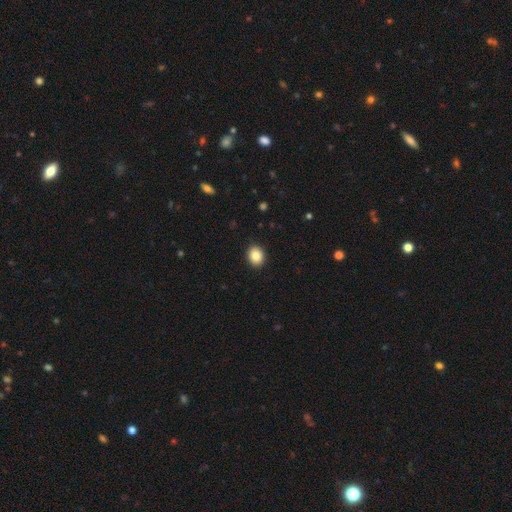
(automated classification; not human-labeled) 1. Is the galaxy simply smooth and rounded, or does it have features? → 85% smooth, 9% star or artifact, 6% featured or disk.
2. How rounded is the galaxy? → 56% round, 43% in between, 1% cigar-shaped.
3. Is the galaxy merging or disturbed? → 91% none, 6% minor disturbance, 2% major disturbance, 1% merger.